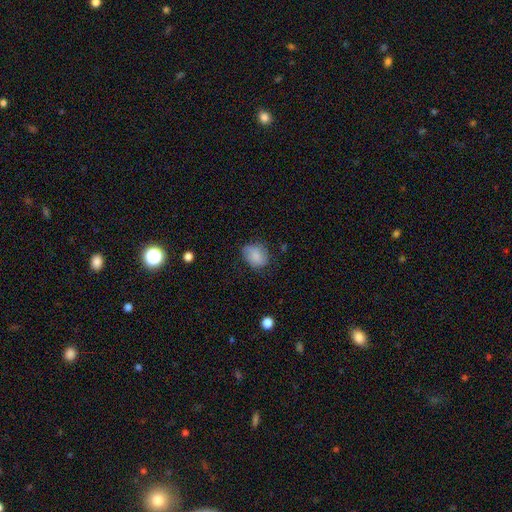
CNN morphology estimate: Smooth or featured?
  - smooth: 83% *
  - featured or disk: 9%
  - star or artifact: 8%
How rounded?
  - in between: 52% *
  - round: 47%
  - cigar-shaped: 1%
Merging?
  - none: 66% *
  - minor disturbance: 26%
  - major disturbance: 7%
  - merger: 1%